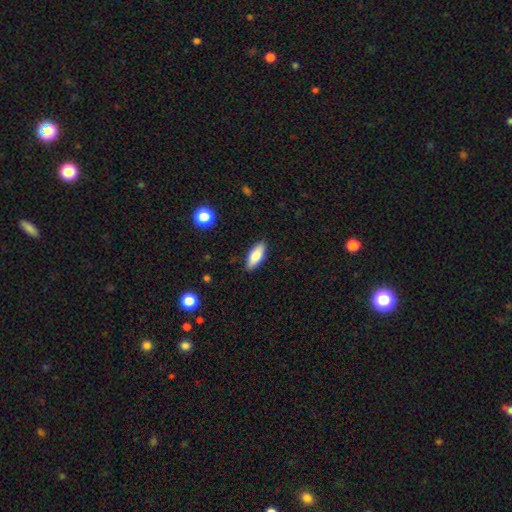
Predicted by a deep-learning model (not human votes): Smooth or featured?
  - smooth: 82% *
  - featured or disk: 11%
  - star or artifact: 6%
How rounded?
  - in between: 79% *
  - cigar-shaped: 19%
  - round: 2%
Merging?
  - none: 88% *
  - minor disturbance: 9%
  - major disturbance: 2%
  - merger: 1%